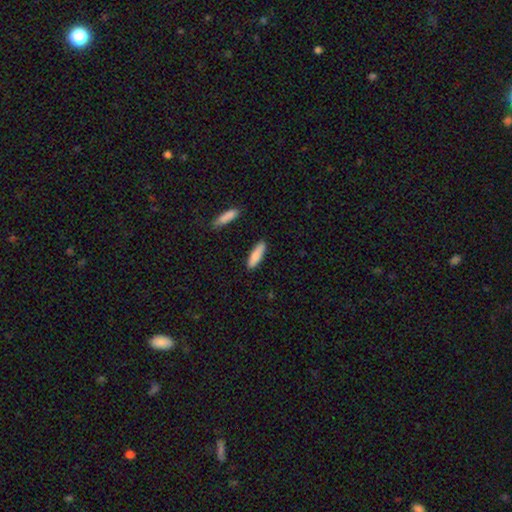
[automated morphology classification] This appears to be a smooth galaxy with no disk features (84%) that is cigar-shaped (62%). Merging: none (87%).